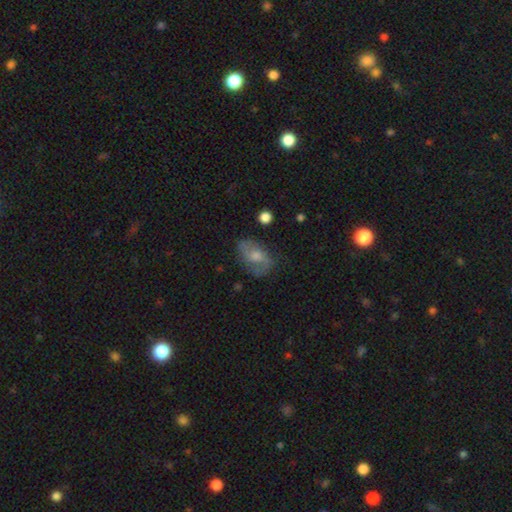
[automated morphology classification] Q: Smooth or featured?
A: featured or disk (56%); runner-up: smooth (33%)
Q: Edge-on disk?
A: no (95%); runner-up: yes (5%)
Q: Bar?
A: no (59%); runner-up: weak (33%)
Q: Spiral arms?
A: yes (78%); runner-up: no (22%)
Q: Bulge size?
A: moderate (58%); runner-up: small (25%)
Q: Merging?
A: none (71%); runner-up: minor disturbance (20%)